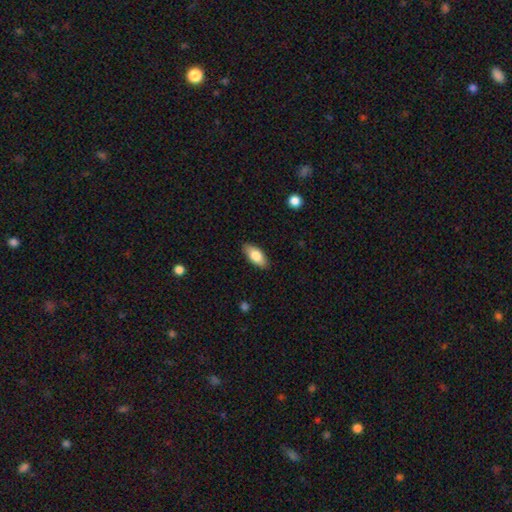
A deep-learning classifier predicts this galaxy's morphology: Smooth or featured? smooth (80%)
How rounded? in between (86%)
Merging? none (88%)